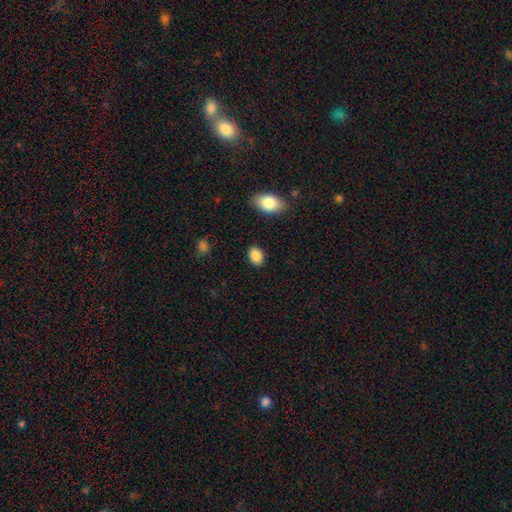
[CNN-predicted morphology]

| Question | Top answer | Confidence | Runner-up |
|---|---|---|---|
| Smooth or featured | smooth | 88% | star or artifact (8%) |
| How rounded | in between | 77% | round (22%) |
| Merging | none | 87% | minor disturbance (9%) |